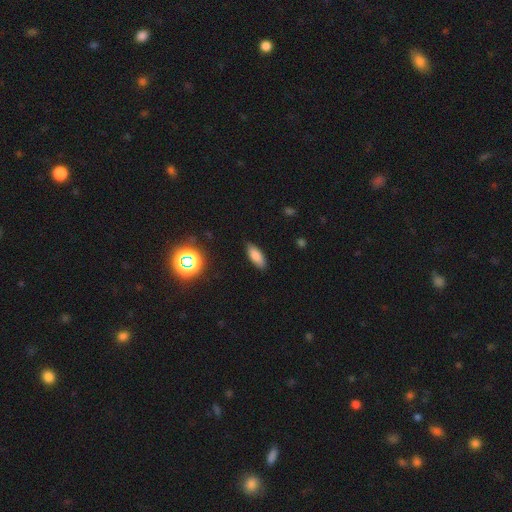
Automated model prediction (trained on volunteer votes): This appears to be a smooth galaxy with no disk features (82%) that is in between round and cigar-shaped (76%). Merging: none (85%).